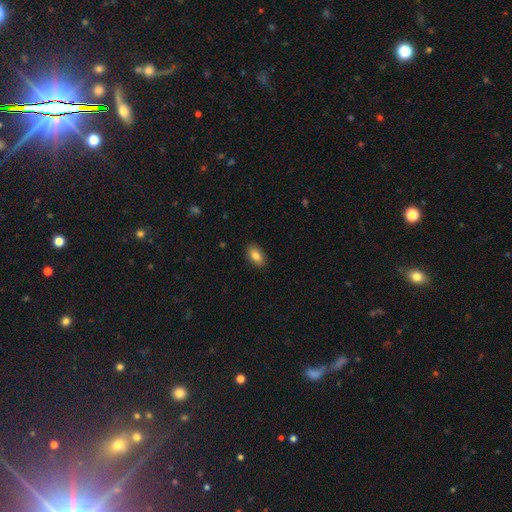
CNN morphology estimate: A smooth galaxy with no disk features (83%) that is in between round and cigar-shaped (90%).

Vote fractions:
- Smooth or featured? smooth: 83% / featured or disk: 10% / star or artifact: 7%
- How rounded? in between: 90% / round: 5% / cigar-shaped: 5%
- Merging? none: 89% / minor disturbance: 8% / major disturbance: 2% / merger: 1%